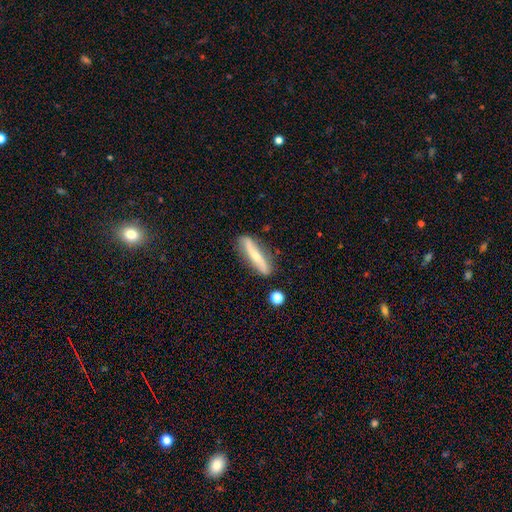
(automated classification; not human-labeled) smooth-or-featured: featured or disk: 55% | smooth: 39% | star or artifact: 7%
  disk-edge-on: yes: 70% | no: 30%
  merging: none: 81% | minor disturbance: 14% | major disturbance: 3% | merger: 3%